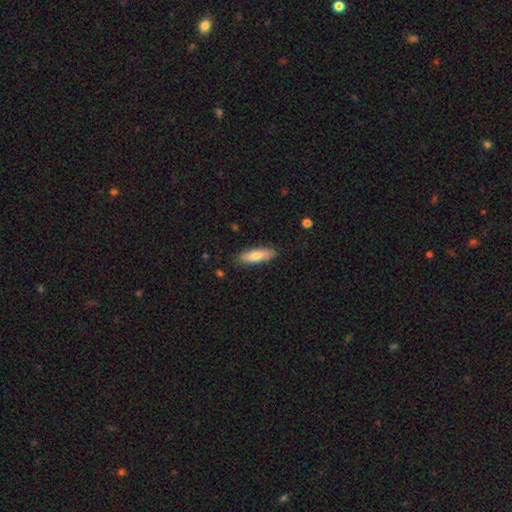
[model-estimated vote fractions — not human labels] This appears to be a smooth galaxy with no disk features (78%) that is cigar-shaped (51%). Merging: none (85%).